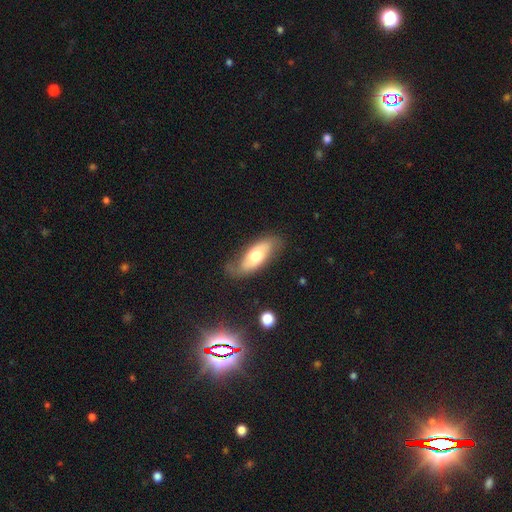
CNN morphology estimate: The model was most divided on "smooth or featured": smooth: 51%, featured or disk: 43%, star or artifact: 6%. More confident: how rounded — in between (80%); merging — none (65%).